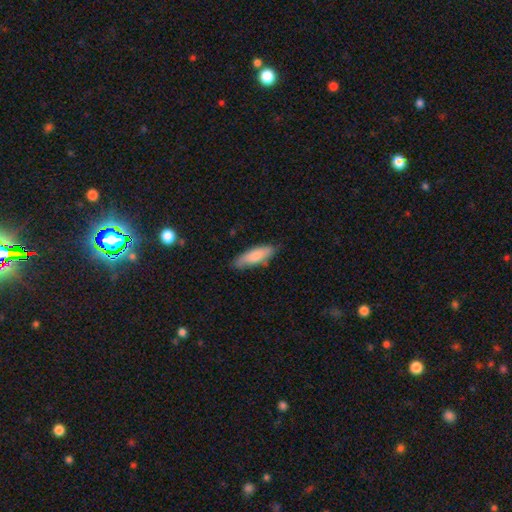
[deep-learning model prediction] This is likely a smooth galaxy (77%). How rounded: possibly in between (52%). Merging: likely none (75%).